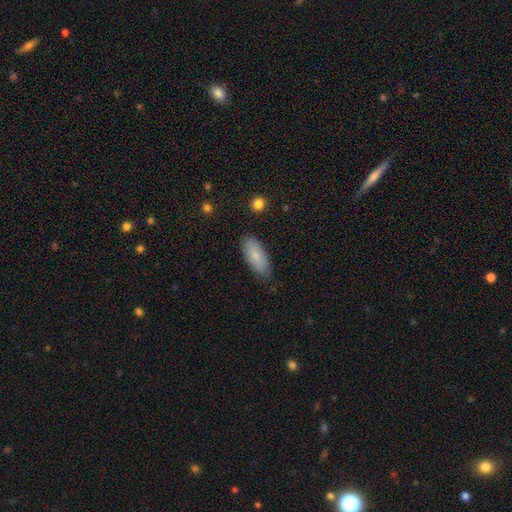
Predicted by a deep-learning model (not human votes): smooth-or-featured: smooth: 80% | featured or disk: 14% | star or artifact: 6%
  how-rounded: in between: 83% | cigar-shaped: 15% | round: 2%
  merging: none: 82% | minor disturbance: 14% | major disturbance: 3% | merger: 1%